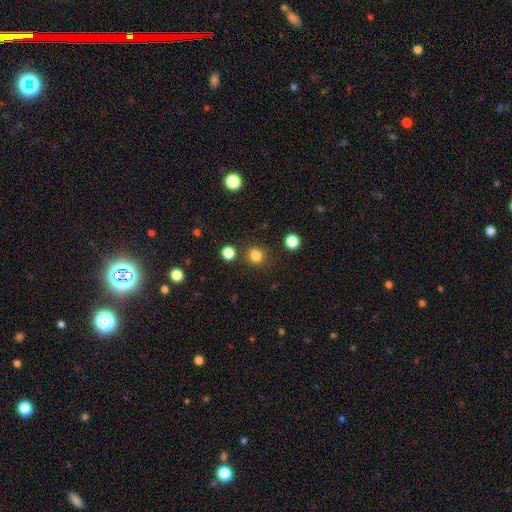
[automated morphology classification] This appears to be a smooth galaxy with no disk features (83%) that is round (87%). Merging: none (84%).